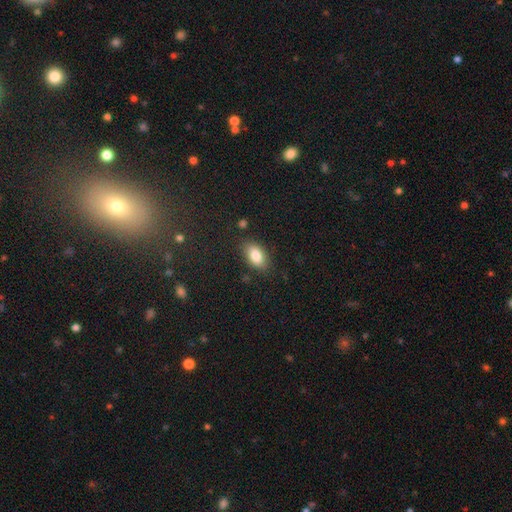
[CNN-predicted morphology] type=smooth (84%); roundness=in between (91%); merging=none (82%).